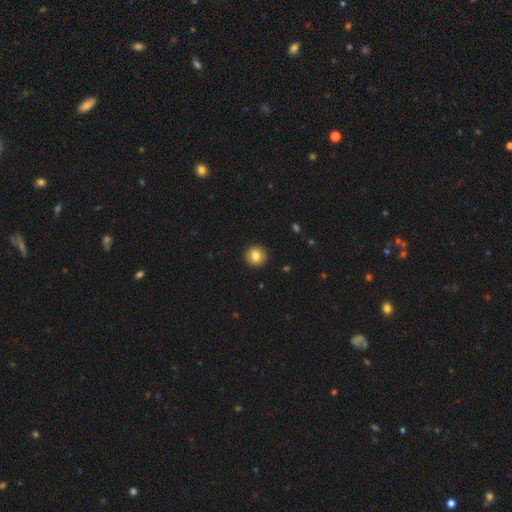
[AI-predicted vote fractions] Smooth or featured: smooth — 82% (star or artifact — 9%)
How rounded: round — 93% (in between — 6%)
Merging: none — 93% (minor disturbance — 5%)